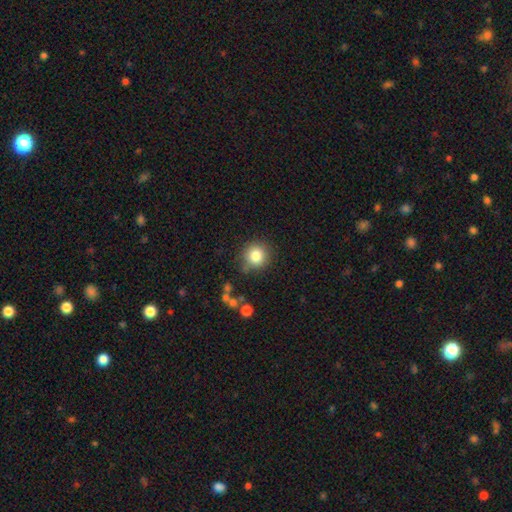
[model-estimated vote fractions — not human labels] Morphology: type=smooth (82%); roundness=round (93%); merging=none (84%).